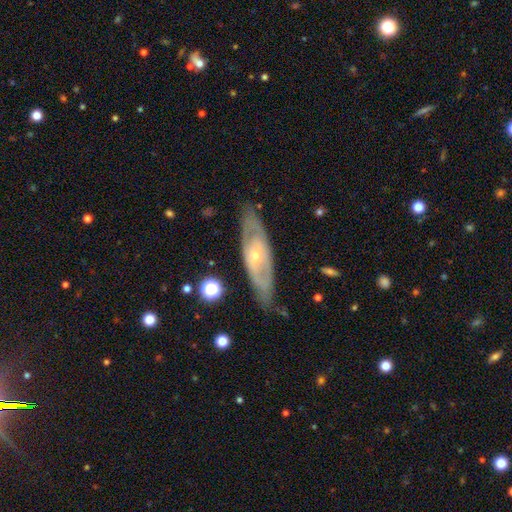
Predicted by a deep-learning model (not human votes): Q: Smooth or featured?
A: featured or disk (75%); runner-up: smooth (19%)
Q: Edge-on disk?
A: no (73%); runner-up: yes (27%)
Q: Bar?
A: no (73%); runner-up: weak (19%)
Q: Spiral arms?
A: yes (52%); runner-up: no (48%)
Q: Bulge size?
A: small (60%); runner-up: moderate (37%)
Q: Merging?
A: none (79%); runner-up: minor disturbance (15%)